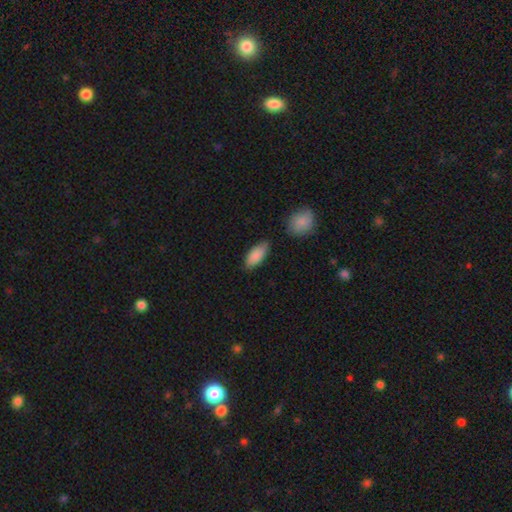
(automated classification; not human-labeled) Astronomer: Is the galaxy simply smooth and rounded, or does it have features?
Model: smooth — 87%.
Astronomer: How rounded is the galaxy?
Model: in between — 86%.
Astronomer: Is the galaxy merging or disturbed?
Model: none — 73%.